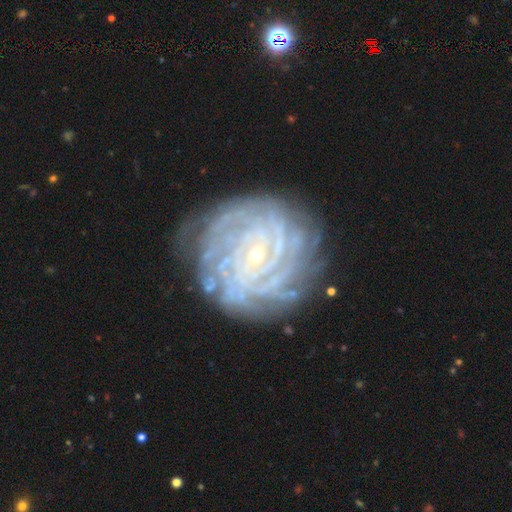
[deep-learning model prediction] The model was most divided on "spiral arm count": more than 4: 32%, can't tell: 21%, 4: 19%, 3: 11%, 2: 9%, 1: 8%. More confident: spiral arms — yes (98%); edge-on disk — no (98%); smooth or featured — featured or disk (89%); spiral winding — tight (87%); bulge size — small (82%); merging — none (81%); bar — no (56%).